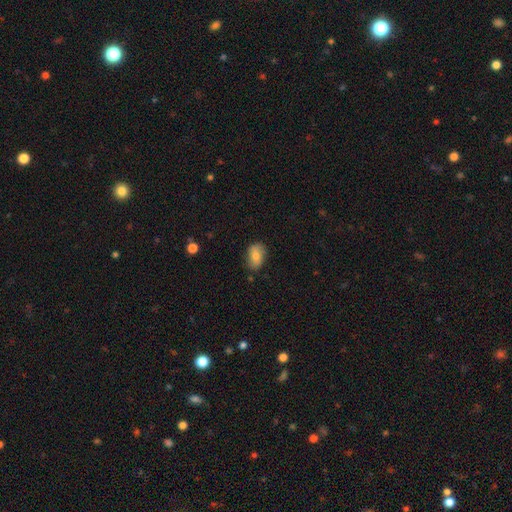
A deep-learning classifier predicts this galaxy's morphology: smooth-or-featured: smooth: 74% | featured or disk: 18% | star or artifact: 8%
  how-rounded: in between: 85% | round: 13% | cigar-shaped: 2%
  merging: none: 79% | minor disturbance: 16% | major disturbance: 3% | merger: 2%